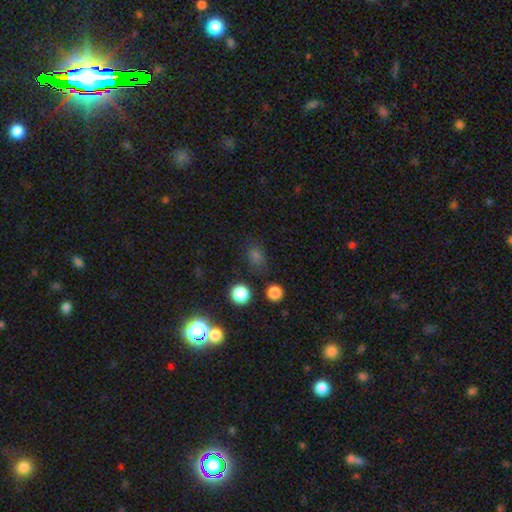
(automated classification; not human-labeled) This is likely a smooth galaxy (64%). How rounded: possibly round (55%). Merging: likely none (76%).